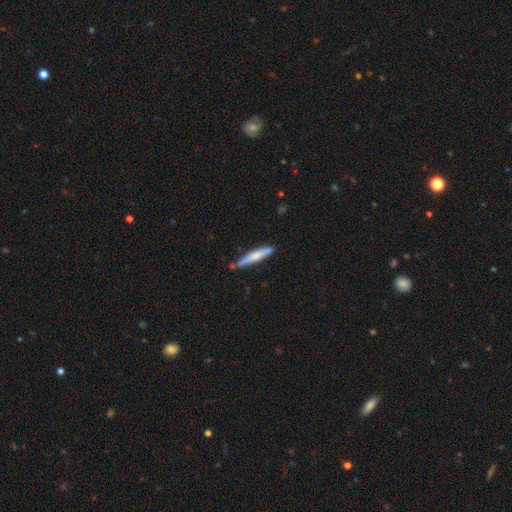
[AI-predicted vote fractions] smooth-or-featured: smooth: 61% | featured or disk: 34% | star or artifact: 5%
  how-rounded: cigar-shaped: 93% | in between: 6% | round: 1%
  merging: none: 75% | minor disturbance: 18% | merger: 5% | major disturbance: 3%